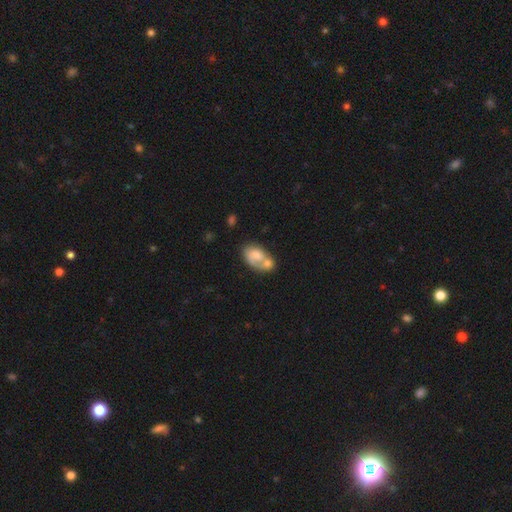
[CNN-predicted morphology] Smooth or featured? smooth (49%)
Merging? merger (49%)